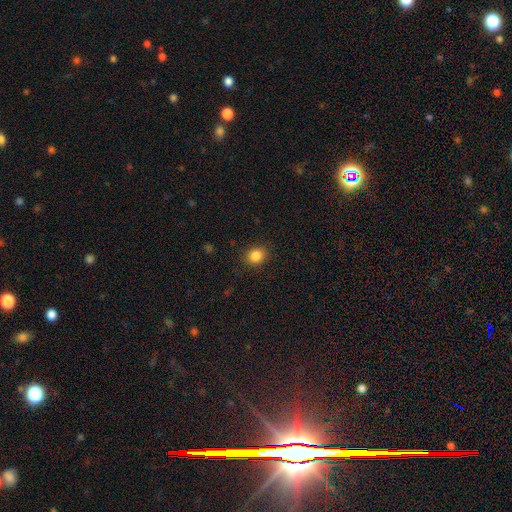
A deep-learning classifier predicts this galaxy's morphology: Smooth or featured?
  - smooth: 84% *
  - star or artifact: 11%
  - featured or disk: 5%
How rounded?
  - round: 67% *
  - in between: 32%
  - cigar-shaped: 1%
Merging?
  - none: 89% *
  - minor disturbance: 8%
  - major disturbance: 3%
  - merger: 1%